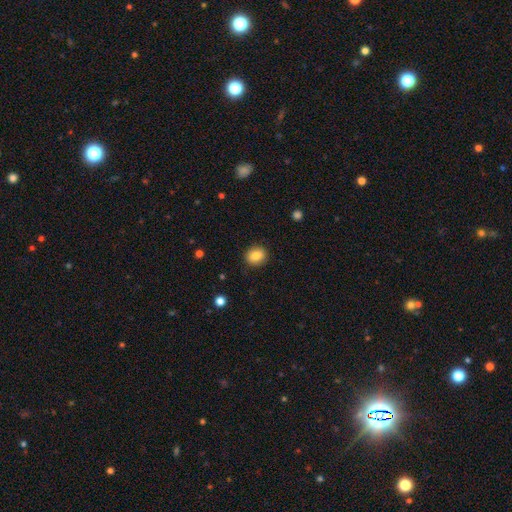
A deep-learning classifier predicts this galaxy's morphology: smooth 84%, star or artifact 9%, featured or disk 7%. Down the decision tree: how rounded — round (68%); merging — none (89%).